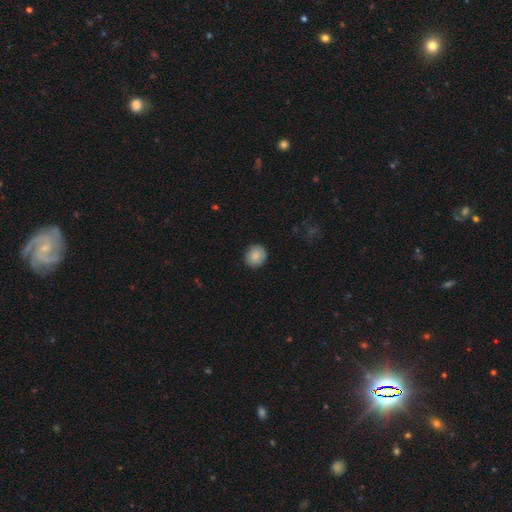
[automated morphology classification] Q: Smooth or featured?
A: smooth (85%); runner-up: featured or disk (7%)
Q: How rounded?
A: round (84%); runner-up: in between (15%)
Q: Merging?
A: none (88%); runner-up: minor disturbance (9%)